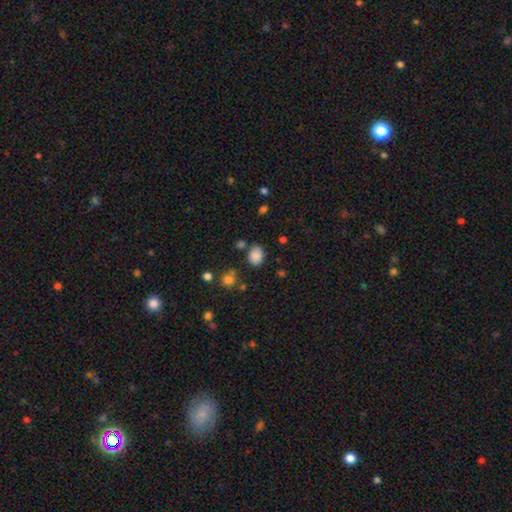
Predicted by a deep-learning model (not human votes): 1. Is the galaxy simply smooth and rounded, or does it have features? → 85% smooth, 11% star or artifact, 4% featured or disk.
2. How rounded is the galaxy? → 57% in between, 42% round, 1% cigar-shaped.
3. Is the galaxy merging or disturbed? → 72% none, 18% minor disturbance, 6% merger, 5% major disturbance.